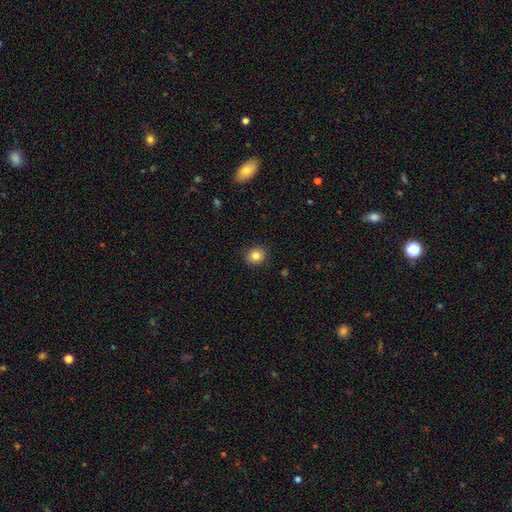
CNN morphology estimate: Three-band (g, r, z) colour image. It shows a smooth galaxy with no disk features (82%) that is round (76%). Merging: none (90%).